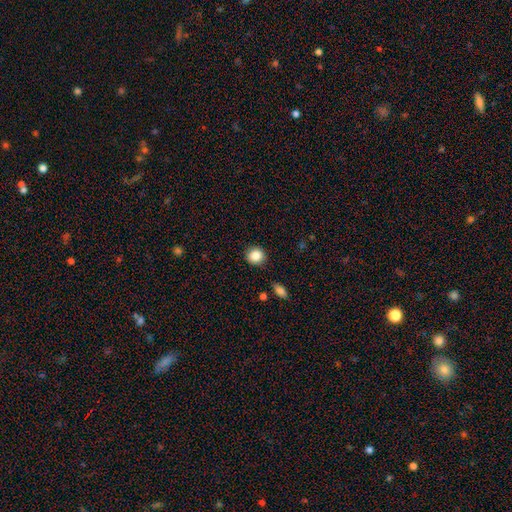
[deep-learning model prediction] Q: Smooth or featured?
A: smooth (85%); runner-up: star or artifact (9%)
Q: How rounded?
A: round (88%); runner-up: in between (11%)
Q: Merging?
A: none (88%); runner-up: minor disturbance (8%)